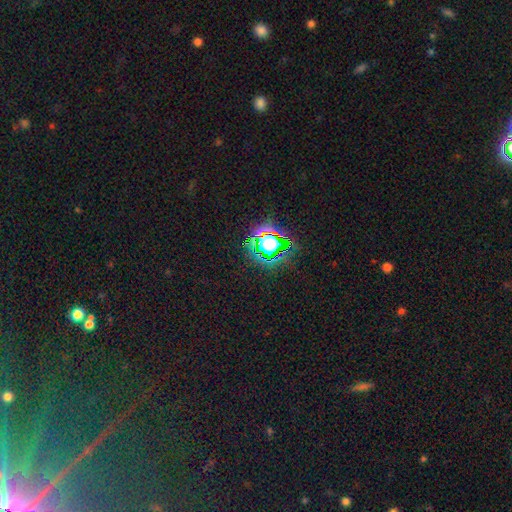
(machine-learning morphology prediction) Smooth or featured? Predicted: star or artifact (p=0.76).